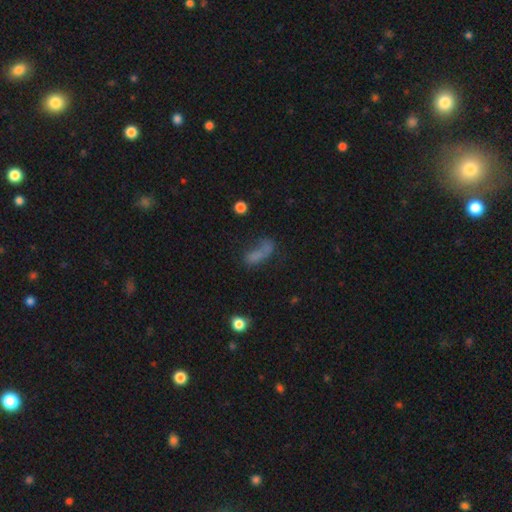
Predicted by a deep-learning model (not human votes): This appears to be a smooth galaxy with no disk features (61%) that is in between round and cigar-shaped (65%). Merging: none (35%).